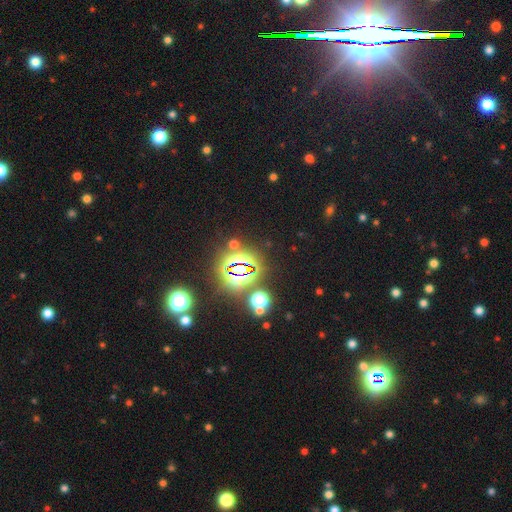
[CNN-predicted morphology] Smooth or featured: star or artifact — 81% (smooth — 11%)